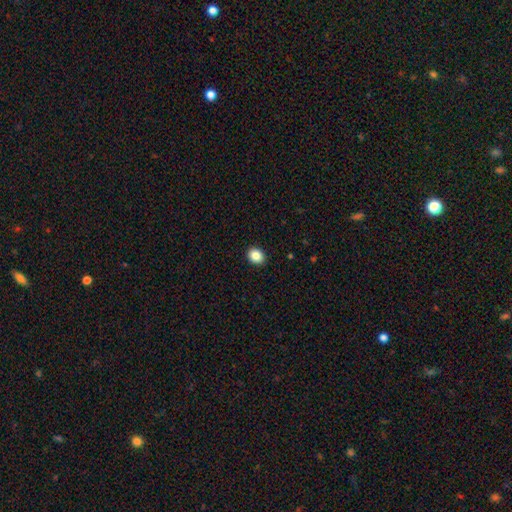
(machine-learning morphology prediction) type=smooth (87%); roundness=round (63%); merging=none (92%).